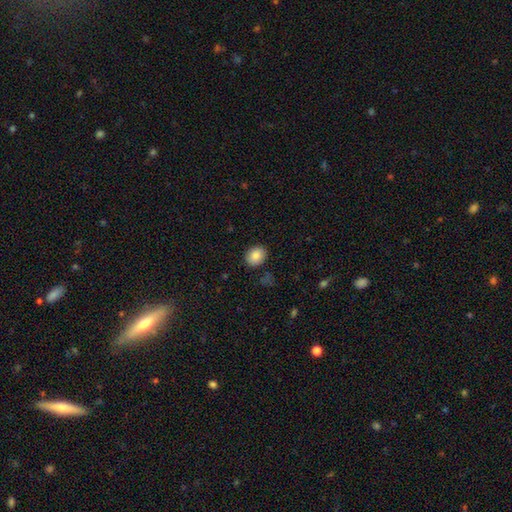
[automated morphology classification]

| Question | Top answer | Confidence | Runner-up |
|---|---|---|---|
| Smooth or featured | smooth | 86% | star or artifact (8%) |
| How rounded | round | 50% | in between (49%) |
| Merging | none | 88% | minor disturbance (8%) |